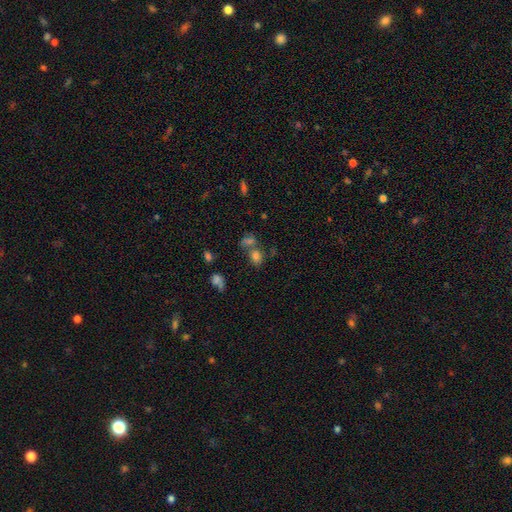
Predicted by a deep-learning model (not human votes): smooth 73%, star or artifact 16%, featured or disk 10%. Down the decision tree: how rounded — round (52%); merging — none (45%).